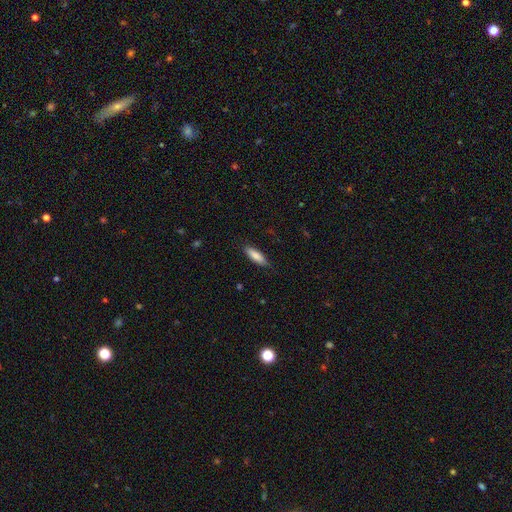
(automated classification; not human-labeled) smooth-or-featured: smooth: 84% | featured or disk: 10% | star or artifact: 6%
  how-rounded: cigar-shaped: 55% | in between: 44% | round: 2%
  merging: none: 83% | minor disturbance: 13% | major disturbance: 2% | merger: 1%